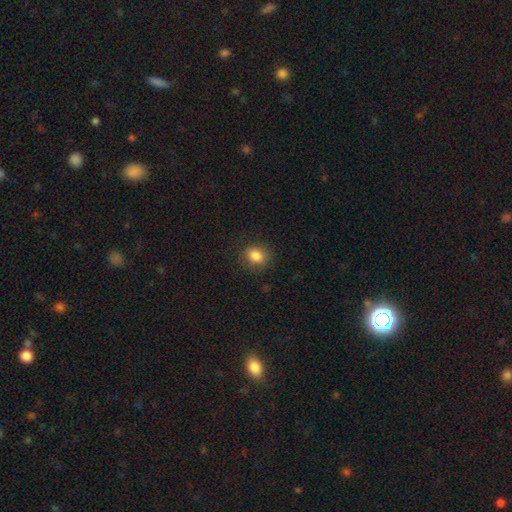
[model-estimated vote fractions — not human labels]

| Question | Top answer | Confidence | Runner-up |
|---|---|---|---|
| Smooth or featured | smooth | 85% | star or artifact (10%) |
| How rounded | round | 62% | in between (37%) |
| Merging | none | 84% | minor disturbance (11%) |